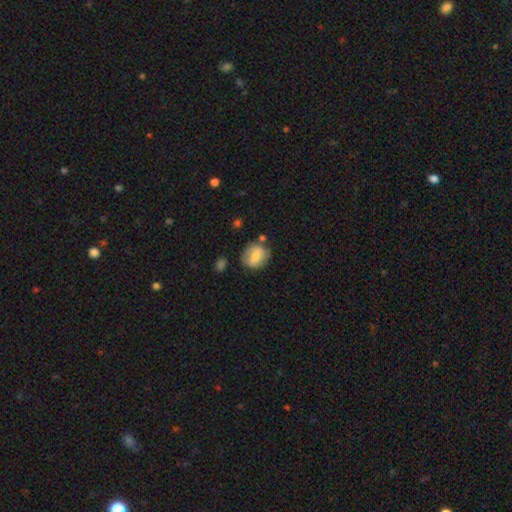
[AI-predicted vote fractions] A smooth galaxy with no disk features (66%) that is round (57%). Merging: none (65%).